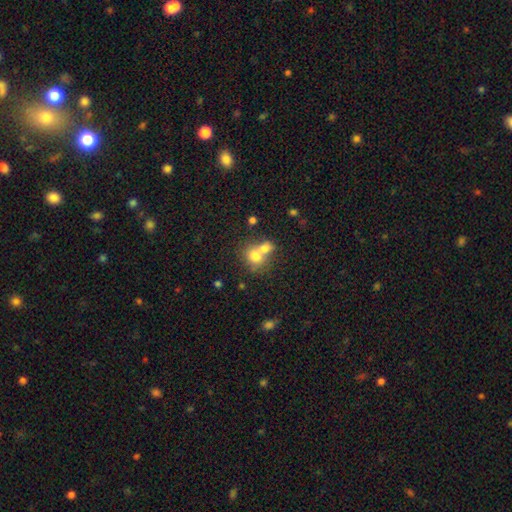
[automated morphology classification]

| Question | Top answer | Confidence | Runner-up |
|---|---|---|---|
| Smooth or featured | smooth | 73% | featured or disk (16%) |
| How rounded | round | 60% | in between (39%) |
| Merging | merger | 63% | none (26%) |